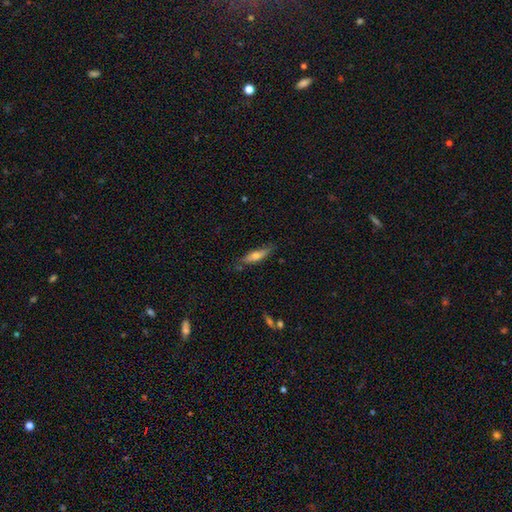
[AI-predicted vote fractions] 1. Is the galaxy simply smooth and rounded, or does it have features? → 55% smooth, 38% featured or disk, 6% star or artifact.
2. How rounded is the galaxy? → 70% cigar-shaped, 28% in between, 2% round.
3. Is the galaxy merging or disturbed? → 76% none, 18% minor disturbance, 4% major disturbance, 2% merger.